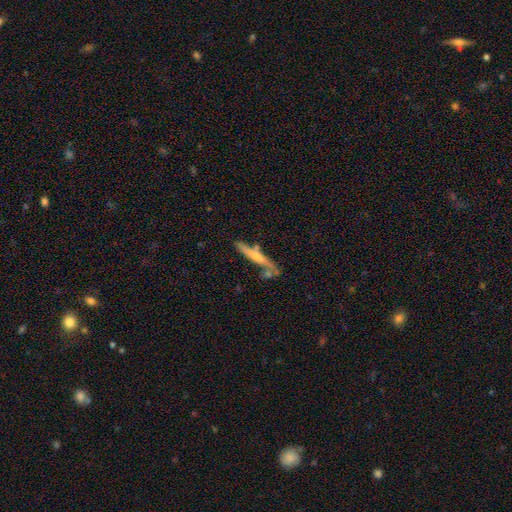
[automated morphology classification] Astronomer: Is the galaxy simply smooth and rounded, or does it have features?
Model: featured or disk — 56% (runner-up: smooth, 38%).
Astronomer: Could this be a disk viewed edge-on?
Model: yes — 91%.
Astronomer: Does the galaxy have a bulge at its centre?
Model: rounded — 63%.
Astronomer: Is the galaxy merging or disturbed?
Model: none — 67%.